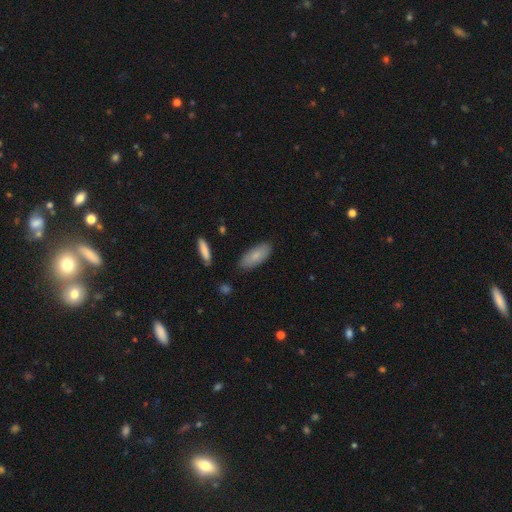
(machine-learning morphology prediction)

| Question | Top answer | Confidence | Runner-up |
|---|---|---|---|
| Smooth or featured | smooth | 83% | featured or disk (11%) |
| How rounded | in between | 80% | cigar-shaped (19%) |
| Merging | none | 84% | minor disturbance (12%) |